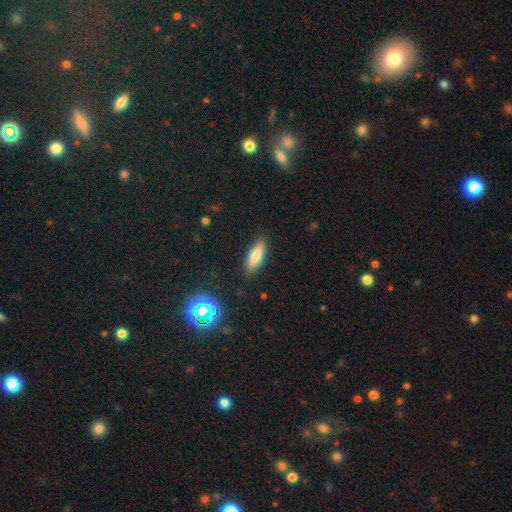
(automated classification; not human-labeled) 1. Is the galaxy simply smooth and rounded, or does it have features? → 76% smooth, 16% featured or disk, 8% star or artifact.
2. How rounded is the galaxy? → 59% in between, 39% cigar-shaped, 2% round.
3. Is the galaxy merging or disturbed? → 87% none, 9% minor disturbance, 2% major disturbance, 1% merger.